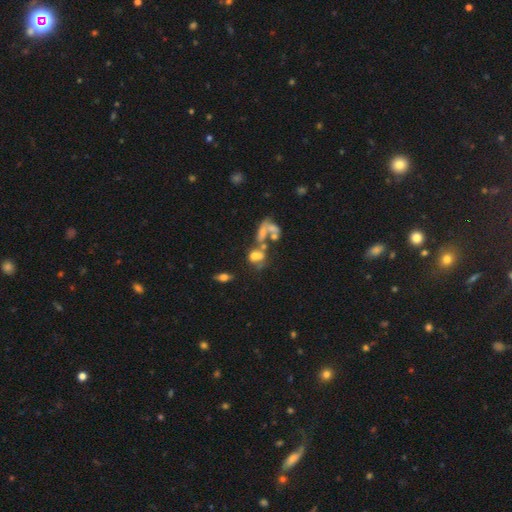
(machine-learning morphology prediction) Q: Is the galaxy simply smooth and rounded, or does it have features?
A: smooth — 42%.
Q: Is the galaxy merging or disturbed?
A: merger — 52%.